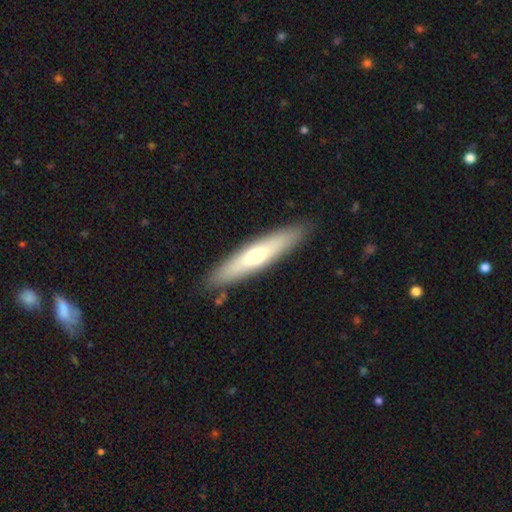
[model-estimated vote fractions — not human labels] Q: Smooth or featured?
A: smooth (55%); runner-up: featured or disk (40%)
Q: How rounded?
A: cigar-shaped (80%); runner-up: in between (18%)
Q: Merging?
A: none (89%); runner-up: minor disturbance (8%)